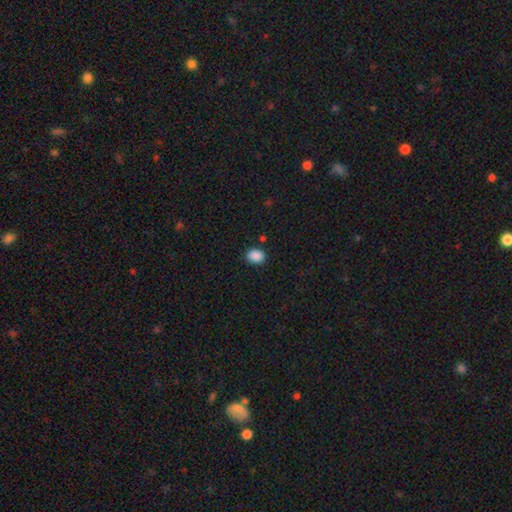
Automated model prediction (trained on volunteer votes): Q: Smooth or featured?
A: smooth (88%); runner-up: star or artifact (9%)
Q: How rounded?
A: in between (58%); runner-up: round (41%)
Q: Merging?
A: none (85%); runner-up: minor disturbance (10%)